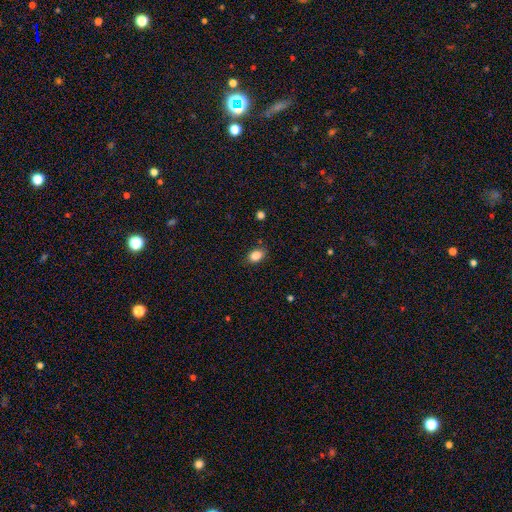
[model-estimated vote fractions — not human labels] A smooth galaxy with no disk features (87%) that is in between round and cigar-shaped (81%).

Vote fractions:
- Smooth or featured? smooth: 87% / star or artifact: 9% / featured or disk: 4%
- How rounded? in between: 81% / round: 18% / cigar-shaped: 1%
- Merging? none: 84% / minor disturbance: 12% / major disturbance: 3% / merger: 1%